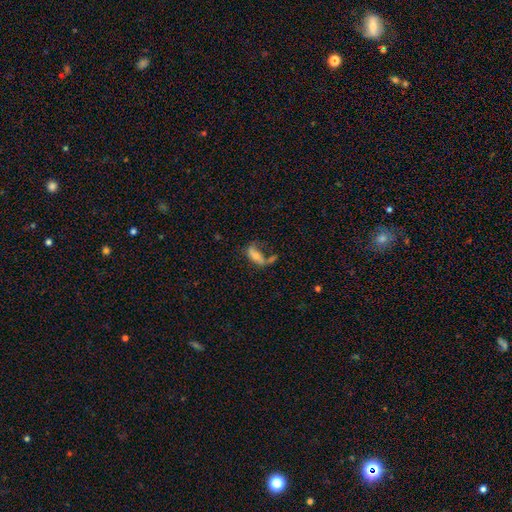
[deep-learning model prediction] The model was most divided on "merging": none: 29%, merger: 27%, major disturbance: 26%, minor disturbance: 19%. More confident: how rounded — in between (68%); smooth or featured — smooth (60%).